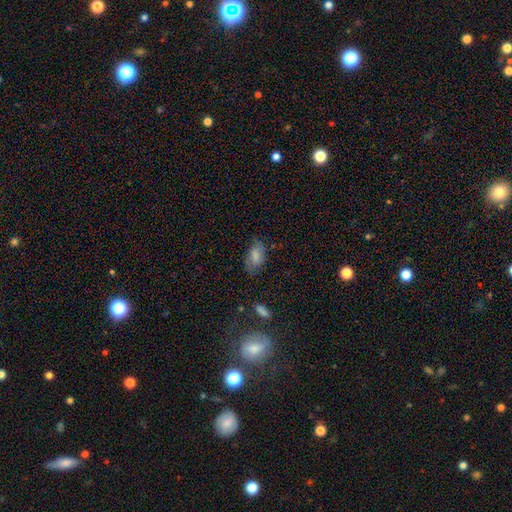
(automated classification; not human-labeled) Smooth or featured? Predicted: smooth (p=0.72). How rounded? Predicted: in between (p=0.92). Merging? Predicted: none (p=0.64).